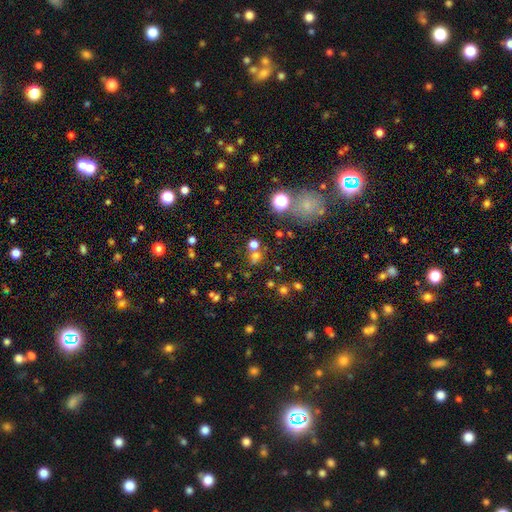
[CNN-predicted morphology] A smooth galaxy with no disk features (53%) that is round (82%).

Vote fractions:
- Smooth or featured? smooth: 53% / star or artifact: 36% / featured or disk: 11%
- How rounded? round: 82% / in between: 17% / cigar-shaped: 1%
- Merging? none: 60% / merger: 26% / minor disturbance: 9% / major disturbance: 5%